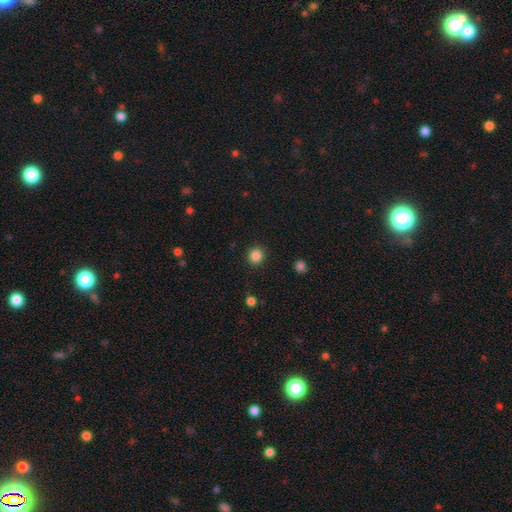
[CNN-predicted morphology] Overall: smooth (85%). How rounded: round (93%). Merging: none (91%).